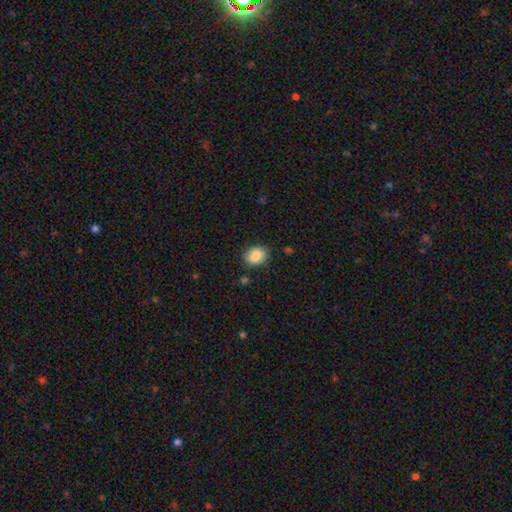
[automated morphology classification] A smooth galaxy with no disk features (81%) that is in between round and cigar-shaped (53%). Merging: none (81%).